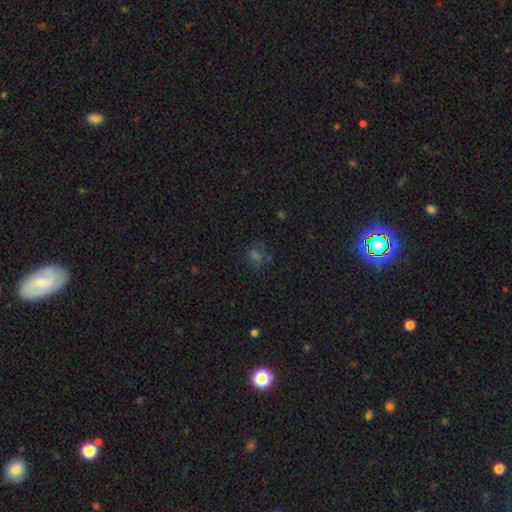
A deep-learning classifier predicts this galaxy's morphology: This appears to be a smooth galaxy with no disk features (46%). Merging: none (72%).